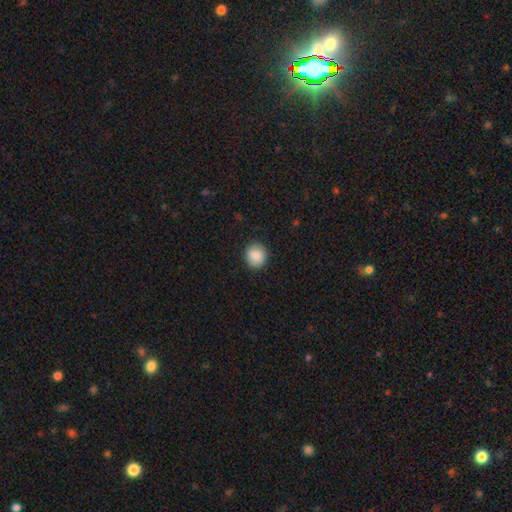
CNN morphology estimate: smooth 89%, star or artifact 8%, featured or disk 4%. Down the decision tree: how rounded — round (80%); merging — none (87%).